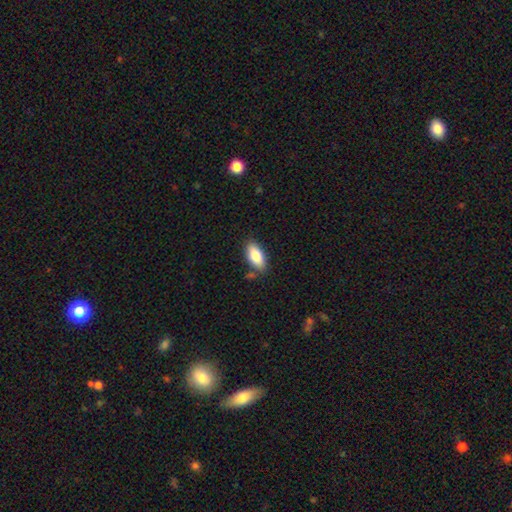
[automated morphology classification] smooth_or_featured: smooth (p=0.82) [alt: featured or disk p=0.11]
how_rounded: in between (p=0.89) [alt: cigar-shaped p=0.08]
merging: none (p=0.81) [alt: minor disturbance p=0.13]